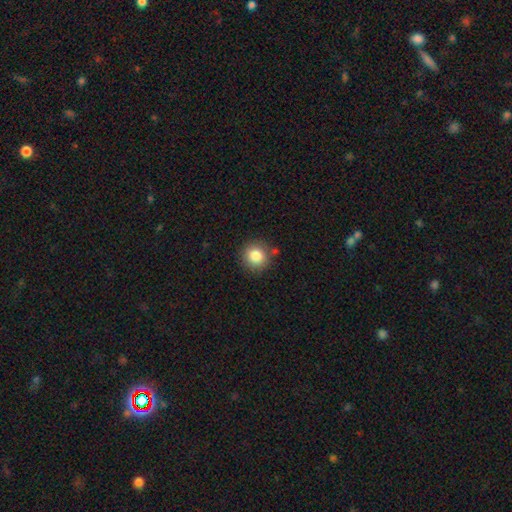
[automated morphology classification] The model was most divided on "smooth or featured": smooth: 84%, star or artifact: 10%, featured or disk: 6%. More confident: how rounded — round (92%); merging — none (85%).